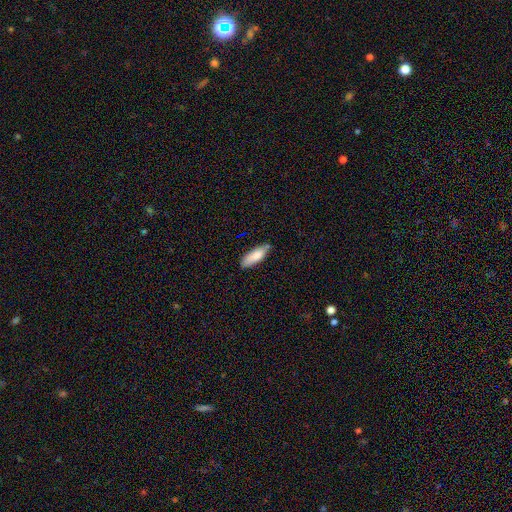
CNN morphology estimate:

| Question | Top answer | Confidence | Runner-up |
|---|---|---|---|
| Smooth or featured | smooth | 82% | featured or disk (12%) |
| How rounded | in between | 63% | cigar-shaped (35%) |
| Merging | none | 72% | minor disturbance (21%) |